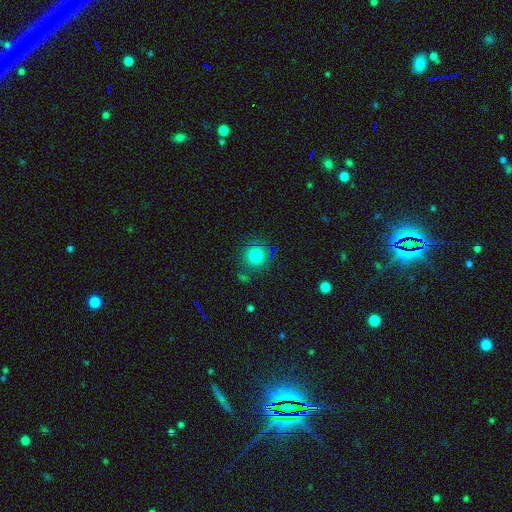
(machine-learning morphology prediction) This is clearly a smooth galaxy (81%). How rounded: clearly round (93%). Merging: clearly none (81%).